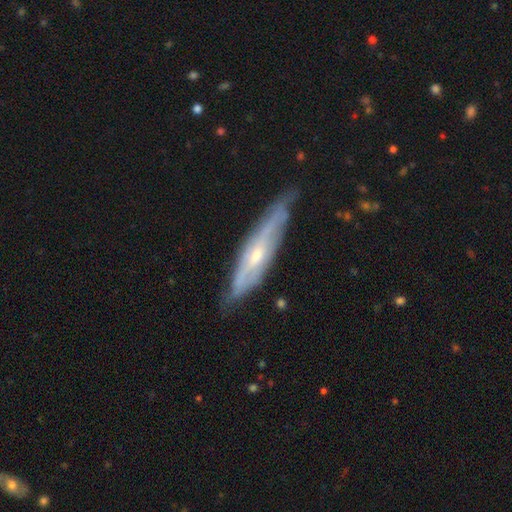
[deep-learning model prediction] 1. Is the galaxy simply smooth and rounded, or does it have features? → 70% featured or disk, 25% smooth, 6% star or artifact.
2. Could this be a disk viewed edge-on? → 58% yes, 42% no.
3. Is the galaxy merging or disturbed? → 71% none, 22% minor disturbance, 5% major disturbance, 2% merger.